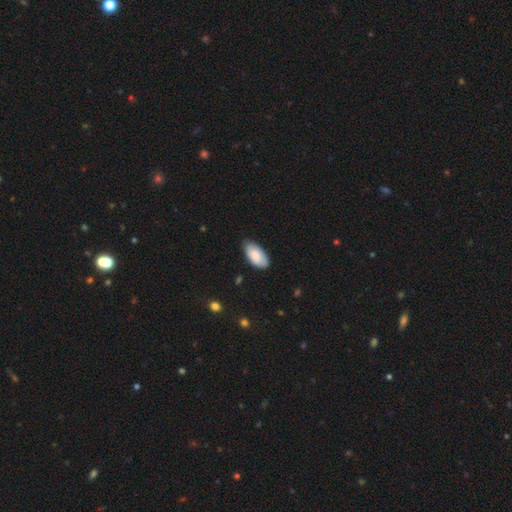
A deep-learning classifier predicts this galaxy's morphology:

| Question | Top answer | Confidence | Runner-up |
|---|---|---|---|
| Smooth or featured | smooth | 79% | featured or disk (15%) |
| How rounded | in between | 95% | cigar-shaped (3%) |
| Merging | none | 75% | minor disturbance (21%) |